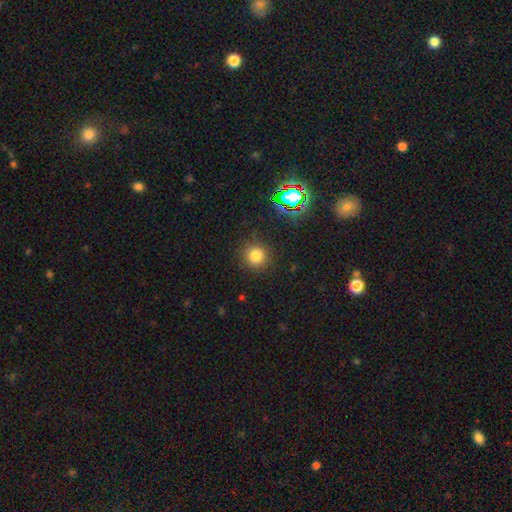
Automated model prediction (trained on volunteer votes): Morphology: type=smooth (78%); roundness=round (93%); merging=none (89%).